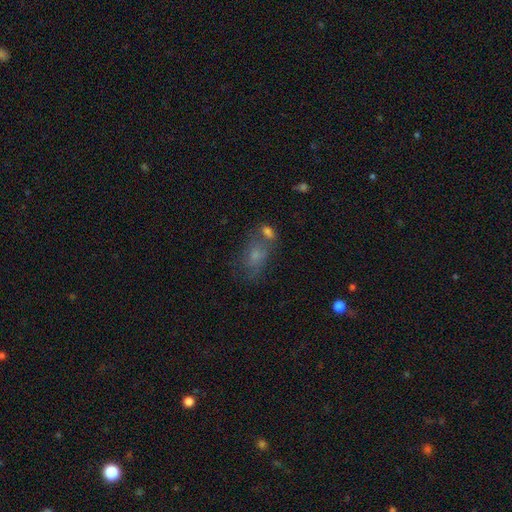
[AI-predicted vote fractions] Overall: smooth (61%; featured or disk 25%). How rounded: in between (79%). Merging: none (37%; merger 31%).